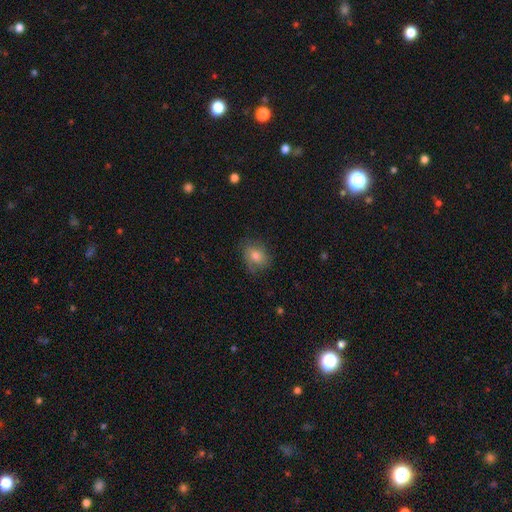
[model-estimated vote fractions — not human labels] smooth_or_featured: smooth (p=0.54) [alt: featured or disk p=0.35]
how_rounded: round (p=0.50) [alt: in between p=0.49]
merging: none (p=0.69) [alt: minor disturbance p=0.22]